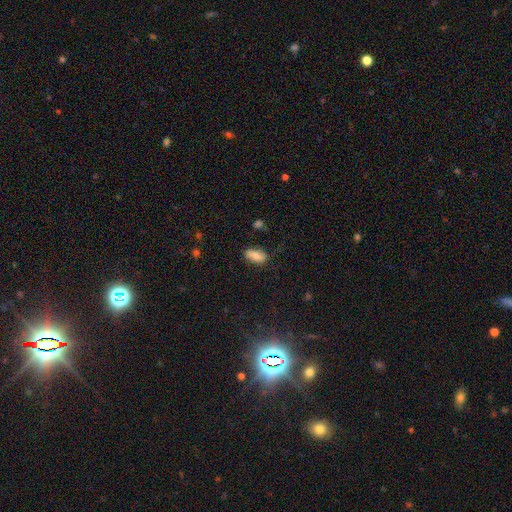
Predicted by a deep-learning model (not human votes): A smooth galaxy with no disk features (74%) that is in between round and cigar-shaped (90%).

Vote fractions:
- Smooth or featured? smooth: 74% / featured or disk: 18% / star or artifact: 8%
- How rounded? in between: 90% / cigar-shaped: 7% / round: 4%
- Merging? none: 72% / minor disturbance: 20% / major disturbance: 5% / merger: 2%